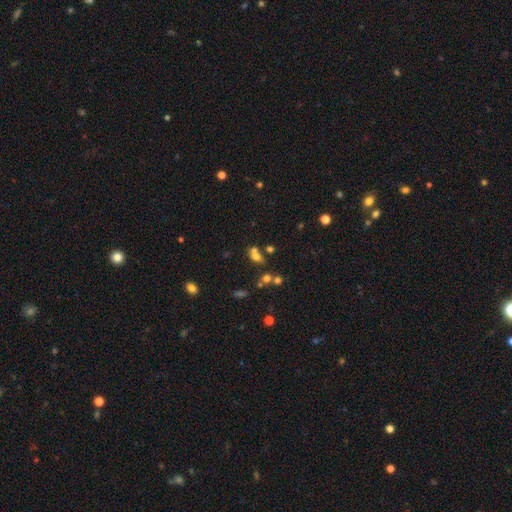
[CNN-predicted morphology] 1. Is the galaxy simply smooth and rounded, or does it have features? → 60% smooth, 22% star or artifact, 18% featured or disk.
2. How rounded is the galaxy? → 52% in between, 45% round, 3% cigar-shaped.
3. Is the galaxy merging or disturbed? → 50% merger, 35% none, 9% minor disturbance, 6% major disturbance.